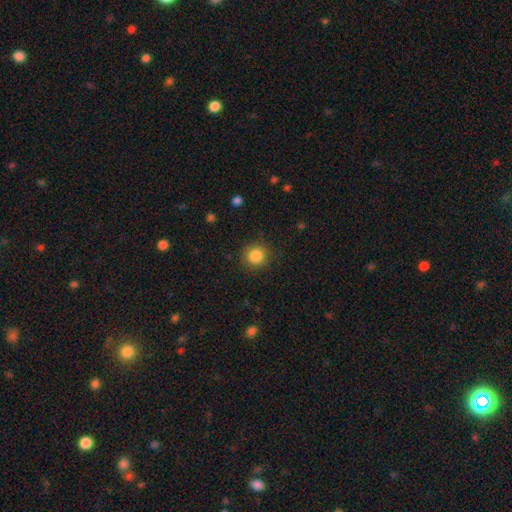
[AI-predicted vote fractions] Smooth or featured? Predicted: smooth (p=0.86). How rounded? Predicted: round (p=0.91). Merging? Predicted: none (p=0.87).